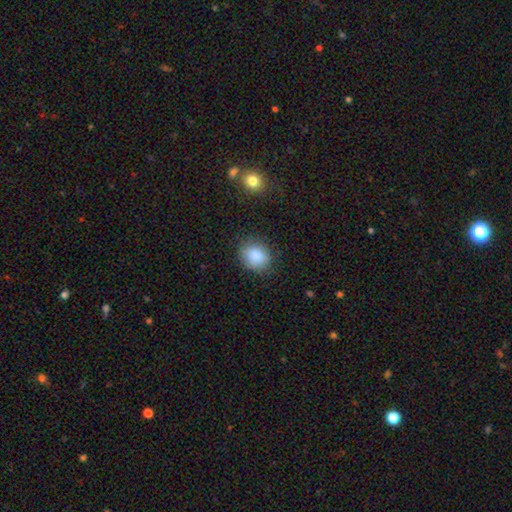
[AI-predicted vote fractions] This is clearly a smooth galaxy (86%). How rounded: likely round (65%). Merging: clearly none (80%).